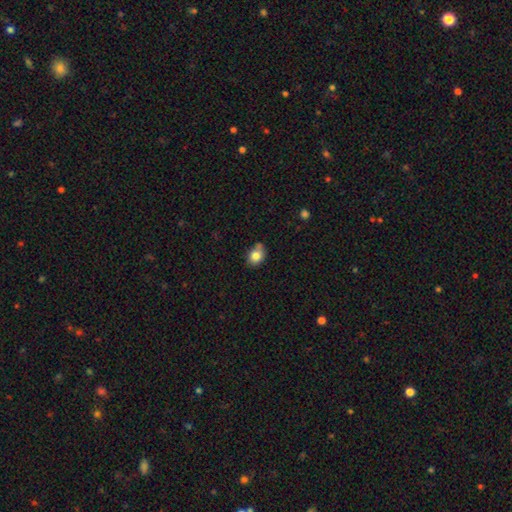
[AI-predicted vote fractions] This appears to be a smooth galaxy with no disk features (81%) that is in between round and cigar-shaped (56%). Merging: none (61%).